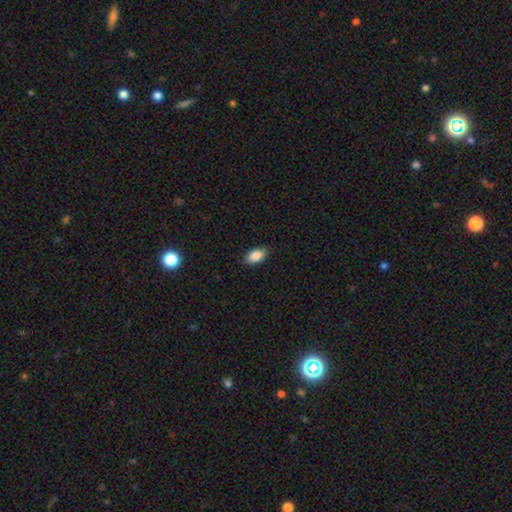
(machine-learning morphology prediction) smooth-or-featured: smooth: 89% | star or artifact: 7% | featured or disk: 4%
  how-rounded: in between: 93% | round: 5% | cigar-shaped: 2%
  merging: none: 86% | minor disturbance: 11% | major disturbance: 2% | merger: 1%